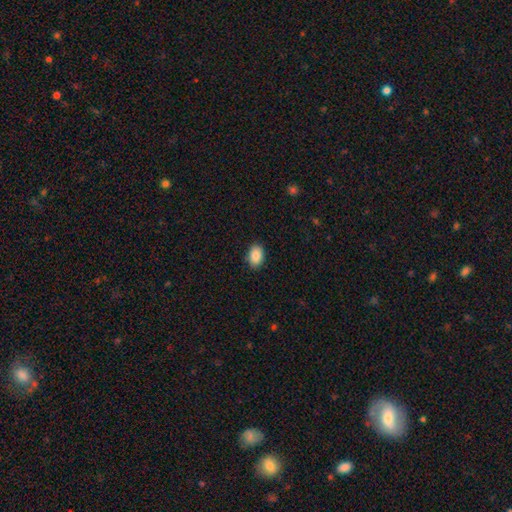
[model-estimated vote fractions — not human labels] Overall: smooth (89%). How rounded: in between (86%). Merging: none (89%).